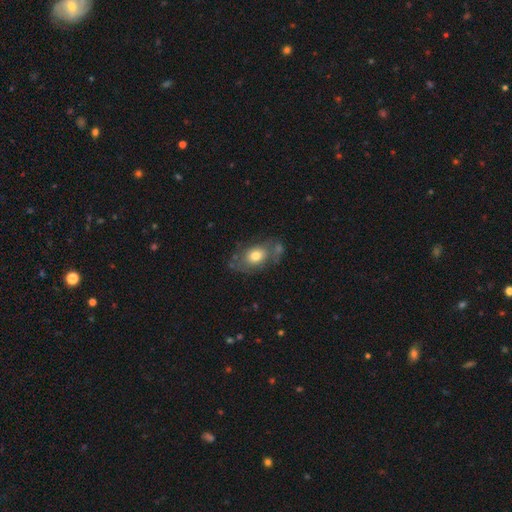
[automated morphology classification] smooth-or-featured: smooth: 70% | featured or disk: 22% | star or artifact: 8%
  how-rounded: in between: 77% | round: 22% | cigar-shaped: 2%
  merging: none: 56% | minor disturbance: 22% | merger: 12% | major disturbance: 10%